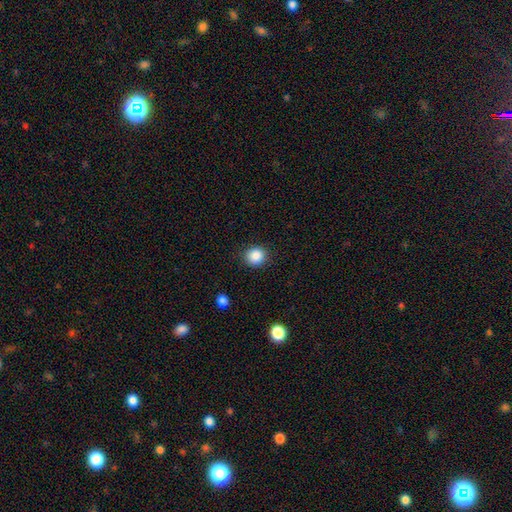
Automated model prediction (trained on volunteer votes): Smooth or featured?
  - smooth: 86% *
  - star or artifact: 10%
  - featured or disk: 4%
How rounded?
  - round: 87% *
  - in between: 12%
  - cigar-shaped: 1%
Merging?
  - none: 89% *
  - minor disturbance: 7%
  - major disturbance: 2%
  - merger: 1%